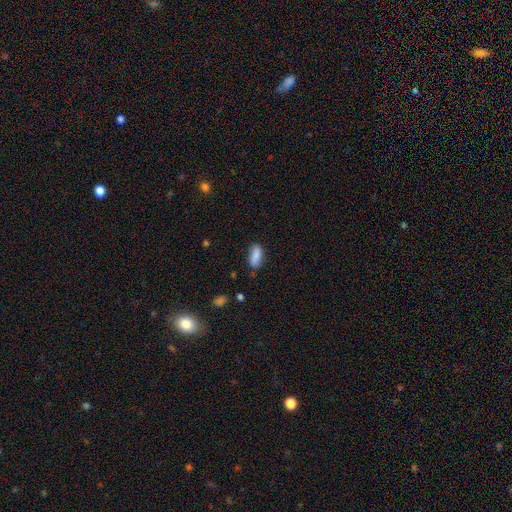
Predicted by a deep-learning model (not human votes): The model was most divided on "how rounded": in between: 79%, cigar-shaped: 18%, round: 3%. More confident: smooth or featured — smooth (86%); merging — none (78%).